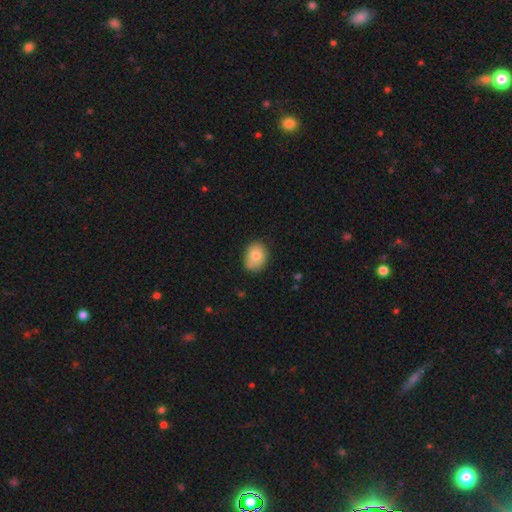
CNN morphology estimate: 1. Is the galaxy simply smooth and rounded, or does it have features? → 79% smooth, 12% featured or disk, 8% star or artifact.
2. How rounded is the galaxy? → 56% in between, 43% round, 1% cigar-shaped.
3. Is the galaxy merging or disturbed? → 68% none, 24% minor disturbance, 5% merger, 4% major disturbance.